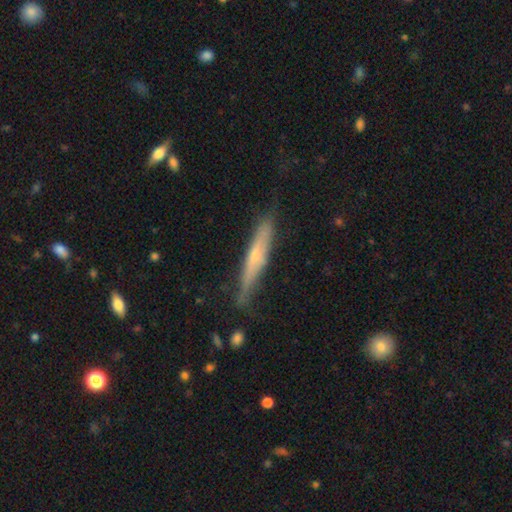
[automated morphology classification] featured or disk 54%, smooth 40%, star or artifact 7%. Down the decision tree: edge-on disk — yes (87%); merging — none (74%).